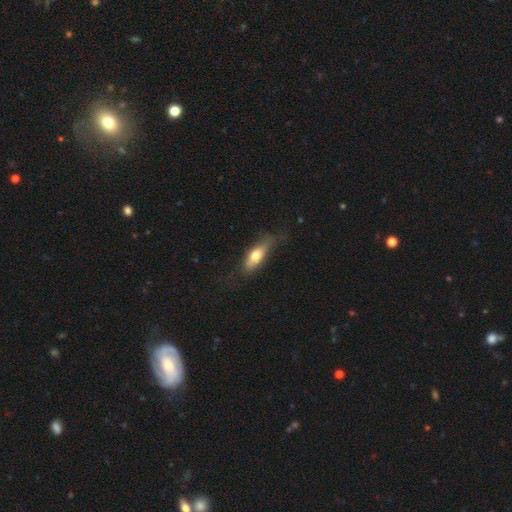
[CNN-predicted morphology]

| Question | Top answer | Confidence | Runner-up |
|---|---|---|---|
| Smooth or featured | smooth | 63% | featured or disk (31%) |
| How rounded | in between | 60% | cigar-shaped (36%) |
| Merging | none | 62% | minor disturbance (27%) |